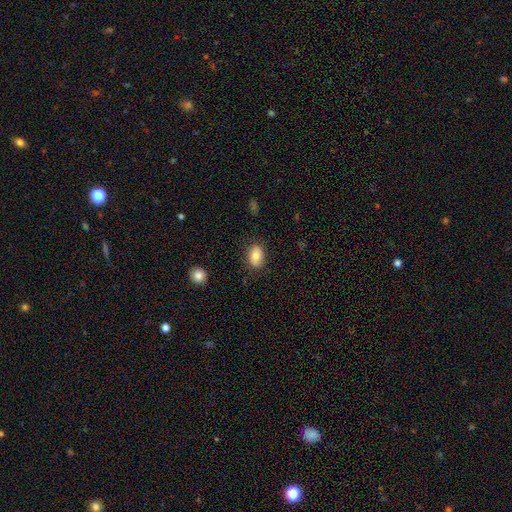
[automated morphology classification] type=smooth (80%); roundness=in between (81%); merging=none (83%).